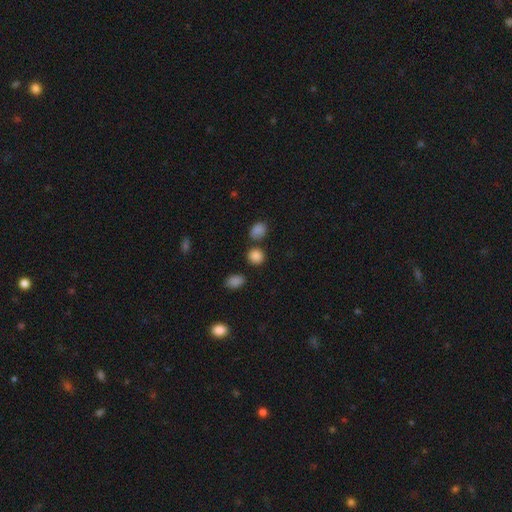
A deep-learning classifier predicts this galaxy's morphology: Q: Smooth or featured?
A: smooth (85%); runner-up: star or artifact (12%)
Q: How rounded?
A: round (79%); runner-up: in between (20%)
Q: Merging?
A: none (75%); runner-up: merger (13%)